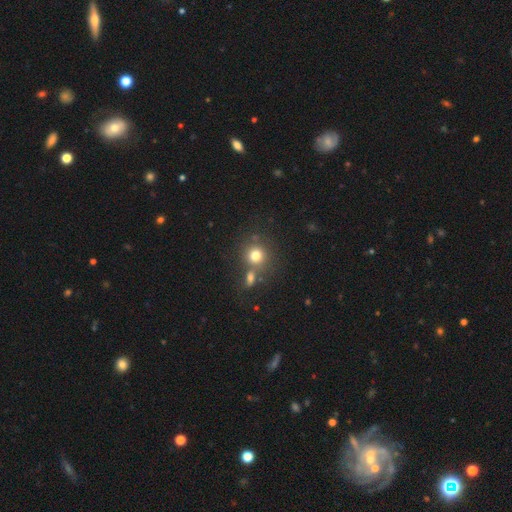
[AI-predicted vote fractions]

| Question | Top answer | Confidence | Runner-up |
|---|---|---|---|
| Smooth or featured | smooth | 77% | star or artifact (14%) |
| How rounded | round | 87% | in between (12%) |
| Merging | none | 61% | merger (26%) |